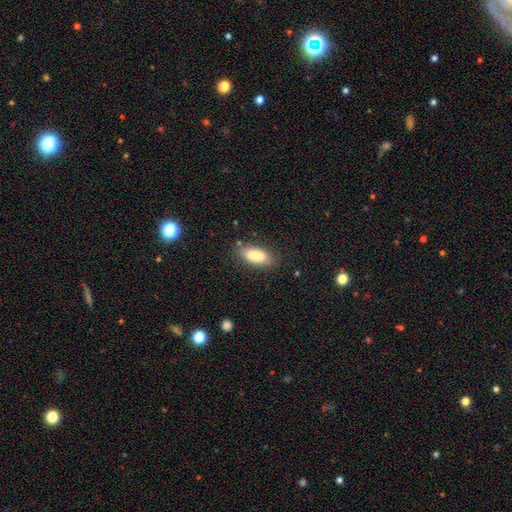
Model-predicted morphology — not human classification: Smooth or featured: smooth — 83% (featured or disk — 9%)
How rounded: in between — 76% (cigar-shaped — 22%)
Merging: none — 79% (minor disturbance — 15%)